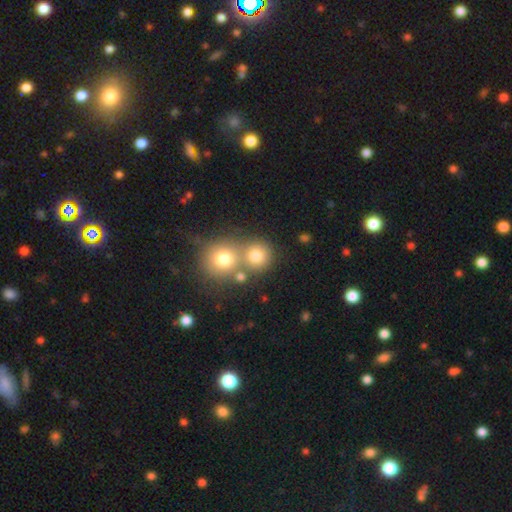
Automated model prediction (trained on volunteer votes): smooth 77%, star or artifact 13%, featured or disk 11%. Down the decision tree: how rounded — round (89%); merging — none (48%).